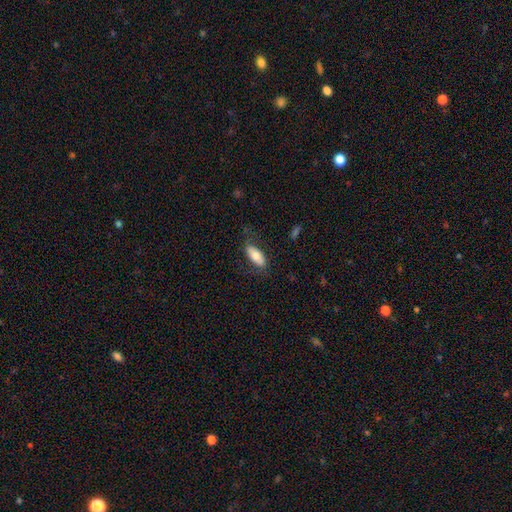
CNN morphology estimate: Smooth or featured: smooth — 69% (featured or disk — 25%)
How rounded: in between — 80% (cigar-shaped — 18%)
Merging: none — 70% (minor disturbance — 19%)